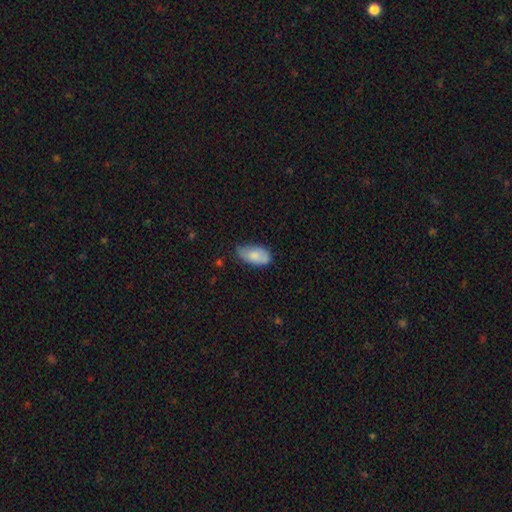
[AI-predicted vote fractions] Smooth or featured?
  - smooth: 78% *
  - featured or disk: 15%
  - star or artifact: 7%
How rounded?
  - in between: 93% *
  - cigar-shaped: 3%
  - round: 3%
Merging?
  - none: 50% *
  - minor disturbance: 39%
  - major disturbance: 8%
  - merger: 2%